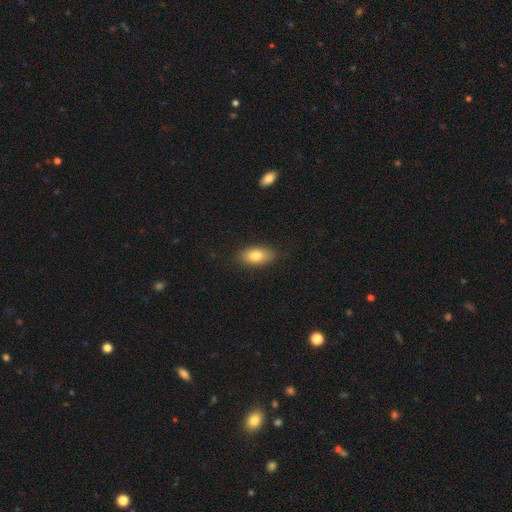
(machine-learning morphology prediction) smooth_or_featured: smooth (p=0.80) [alt: featured or disk p=0.13]
how_rounded: in between (p=0.89) [alt: cigar-shaped p=0.07]
merging: none (p=0.86) [alt: minor disturbance p=0.10]